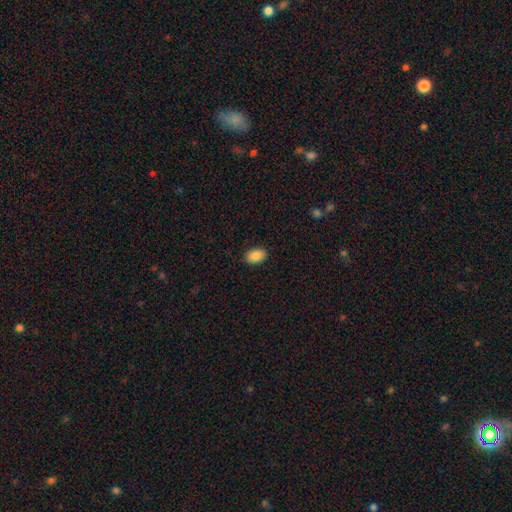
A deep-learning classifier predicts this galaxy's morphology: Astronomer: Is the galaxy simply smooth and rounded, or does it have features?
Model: smooth — 89%.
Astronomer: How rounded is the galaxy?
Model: in between — 86%.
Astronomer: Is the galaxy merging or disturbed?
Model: none — 89%.